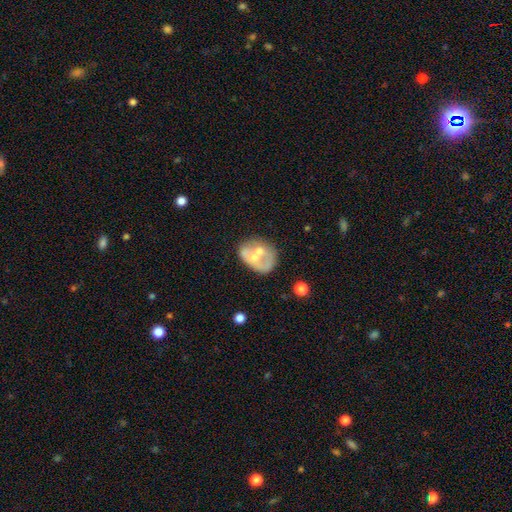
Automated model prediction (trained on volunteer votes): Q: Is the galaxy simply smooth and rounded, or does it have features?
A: featured or disk — 53%.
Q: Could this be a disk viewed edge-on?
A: no — 97%.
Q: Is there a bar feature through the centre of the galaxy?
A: no — 88%.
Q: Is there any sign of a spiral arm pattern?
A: no — 88%.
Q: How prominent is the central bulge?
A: moderate — 48%.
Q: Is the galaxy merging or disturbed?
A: merger — 36%.